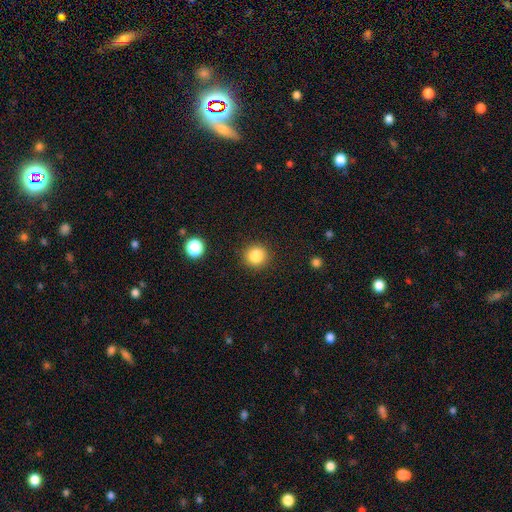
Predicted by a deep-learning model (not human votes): Morphology: type=smooth (85%); roundness=round (91%); merging=none (90%).